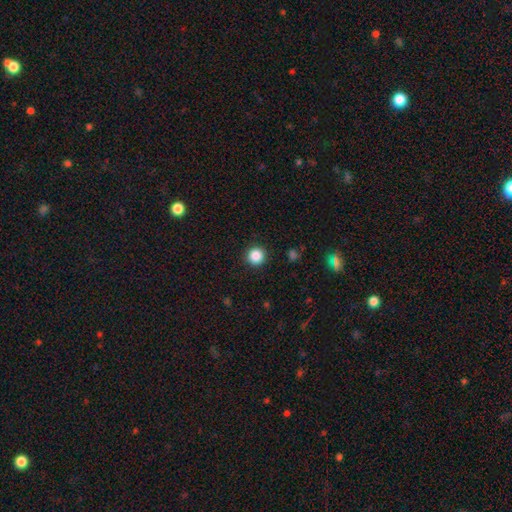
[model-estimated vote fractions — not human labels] This is clearly a smooth galaxy (86%). How rounded: clearly round (95%). Merging: clearly none (92%).